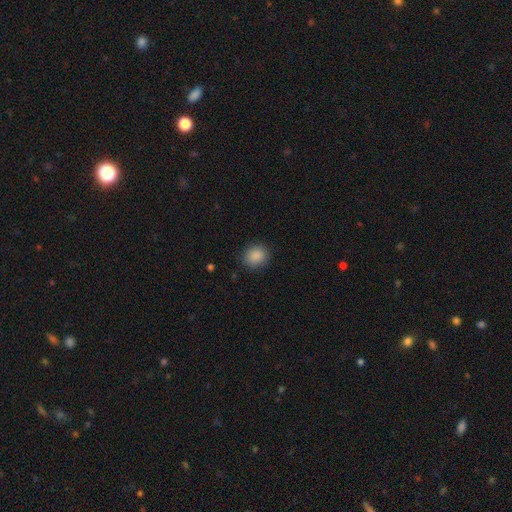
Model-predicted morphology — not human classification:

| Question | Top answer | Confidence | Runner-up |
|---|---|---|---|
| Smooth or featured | smooth | 88% | star or artifact (9%) |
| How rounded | round | 70% | in between (29%) |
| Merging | none | 87% | minor disturbance (9%) |